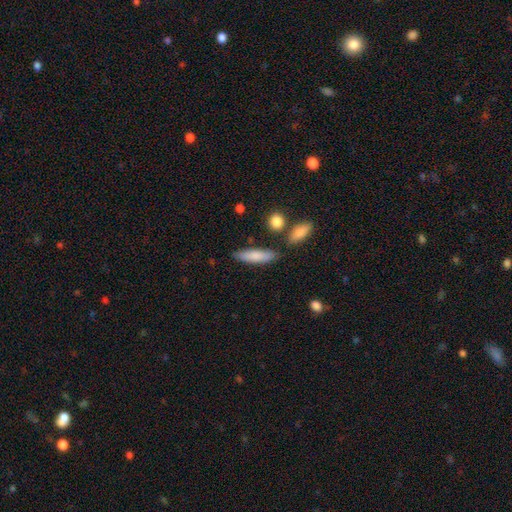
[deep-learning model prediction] Smooth or featured? smooth (79%)
How rounded? cigar-shaped (67%)
Merging? none (78%)